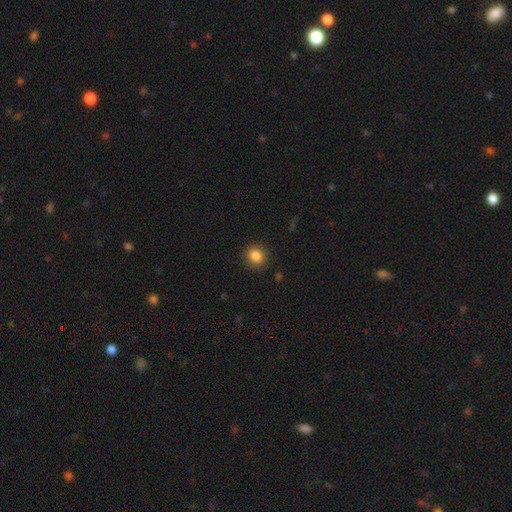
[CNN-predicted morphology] smooth-or-featured: smooth: 85% | star or artifact: 10% | featured or disk: 4%
  how-rounded: round: 78% | in between: 21% | cigar-shaped: 1%
  merging: none: 89% | minor disturbance: 8% | major disturbance: 2% | merger: 1%